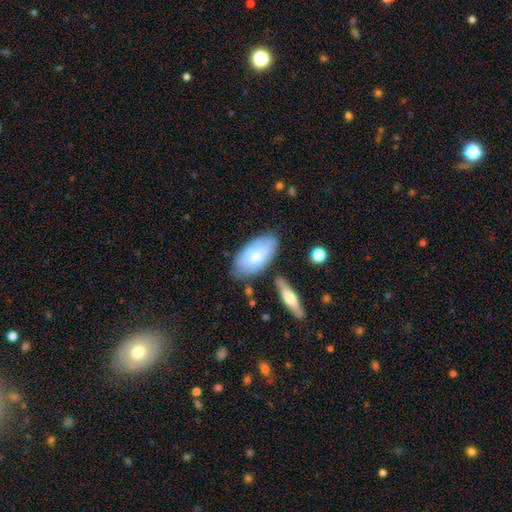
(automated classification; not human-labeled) The model was most divided on "smooth or featured": smooth: 62%, featured or disk: 32%, star or artifact: 6%. More confident: how rounded — in between (93%); merging — none (63%).